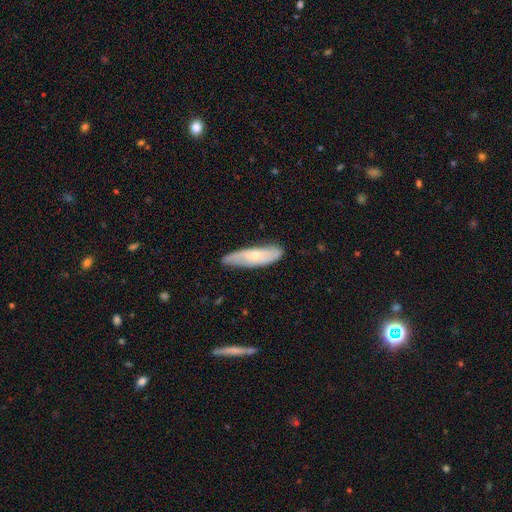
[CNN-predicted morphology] smooth_or_featured: featured or disk (p=0.48) [alt: smooth p=0.46]
merging: none (p=0.74) [alt: minor disturbance p=0.21]